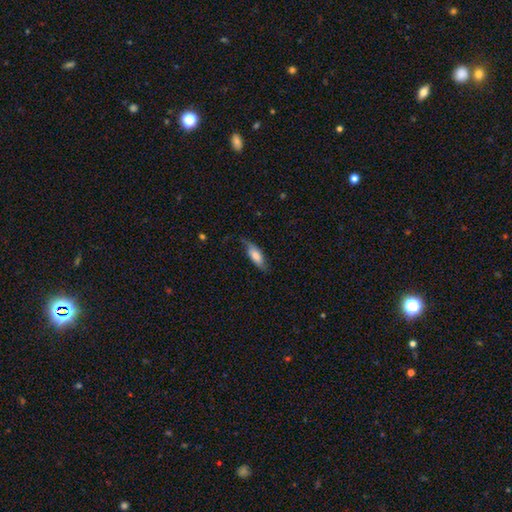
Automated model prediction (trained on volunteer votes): Overall: smooth (62%; featured or disk 32%). How rounded: in between (68%; cigar-shaped 29%). Merging: none (61%; minor disturbance 29%).